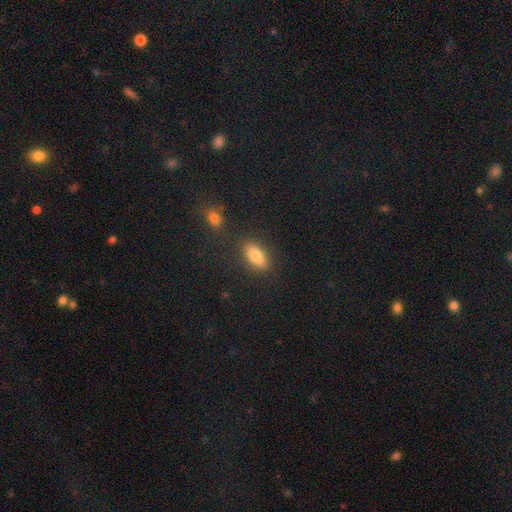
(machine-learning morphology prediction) The model was most divided on "smooth or featured": smooth: 81%, featured or disk: 11%, star or artifact: 8%. More confident: how rounded — in between (84%); merging — none (84%).